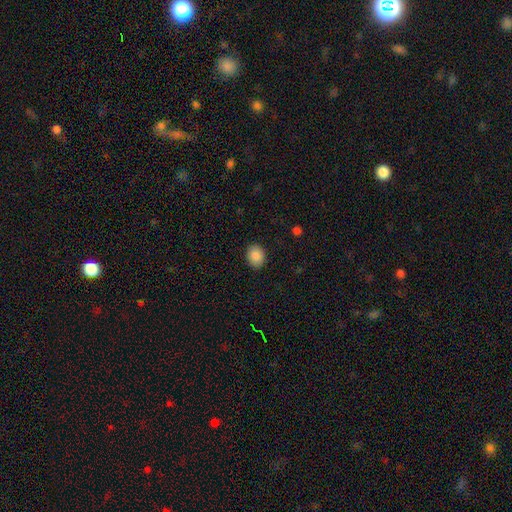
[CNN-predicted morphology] smooth_or_featured: smooth (p=0.88) [alt: star or artifact p=0.08]
how_rounded: in between (p=0.55) [alt: round p=0.44]
merging: none (p=0.89) [alt: minor disturbance p=0.08]